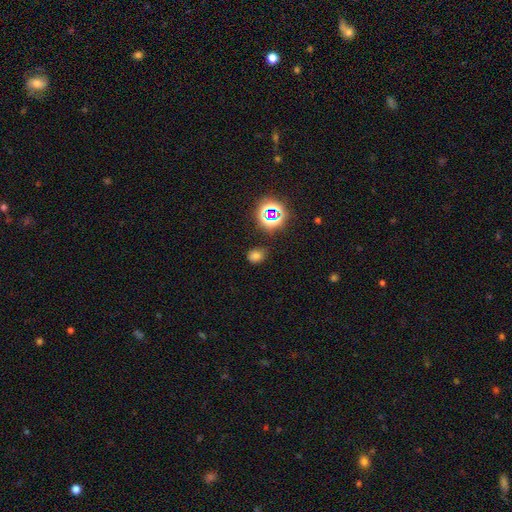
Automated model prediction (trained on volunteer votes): smooth-or-featured: smooth: 69% | star or artifact: 25% | featured or disk: 6%
  how-rounded: round: 53% | in between: 46% | cigar-shaped: 1%
  merging: none: 77% | minor disturbance: 16% | major disturbance: 4% | merger: 3%